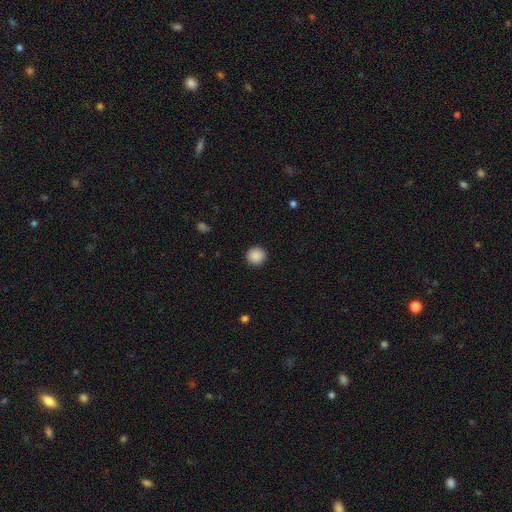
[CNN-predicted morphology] Smooth or featured: smooth — 89% (star or artifact — 9%)
How rounded: round — 94% (in between — 5%)
Merging: none — 92% (minor disturbance — 5%)